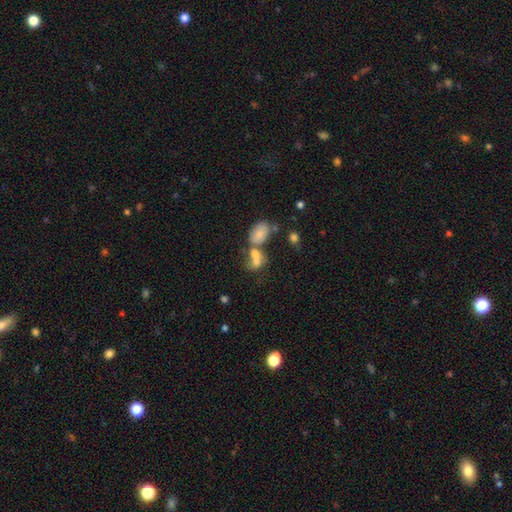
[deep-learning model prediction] Smooth or featured? Predicted: smooth (p=0.53). How rounded? Predicted: in between (p=0.72). Merging? Predicted: merger (p=0.54).